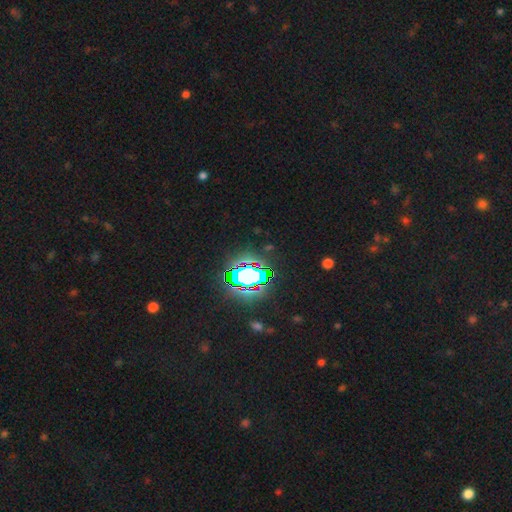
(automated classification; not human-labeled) Morphology: type=star or artifact (80%).